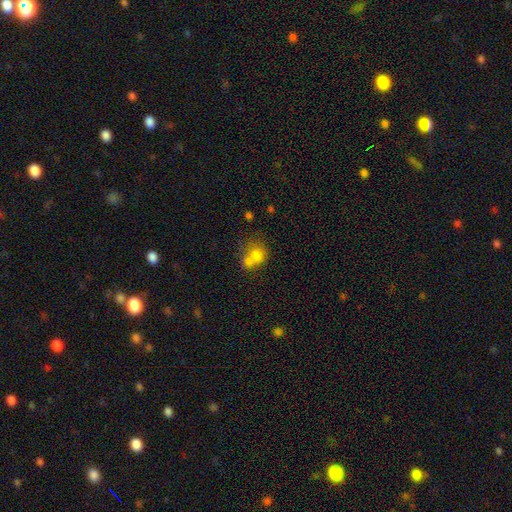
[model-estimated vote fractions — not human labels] smooth 72%, featured or disk 16%, star or artifact 11%. Down the decision tree: how rounded — round (71%); merging — merger (54%).